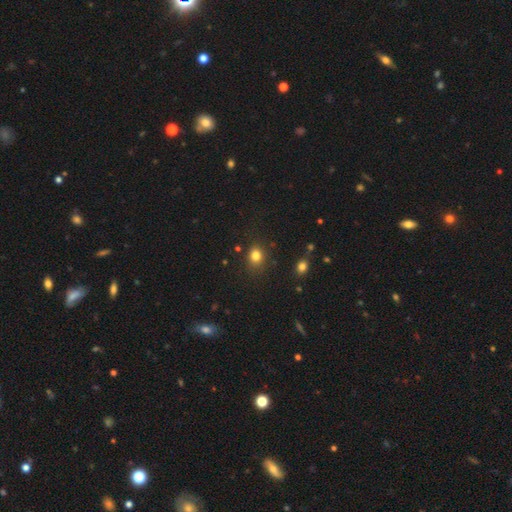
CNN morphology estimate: Q: Smooth or featured?
A: smooth (81%); runner-up: star or artifact (13%)
Q: How rounded?
A: round (61%); runner-up: in between (38%)
Q: Merging?
A: none (81%); runner-up: minor disturbance (13%)